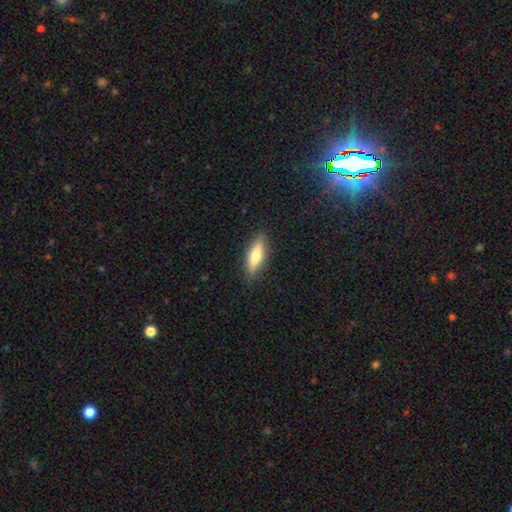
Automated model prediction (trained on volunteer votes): Smooth or featured?
  - smooth: 62% *
  - featured or disk: 32%
  - star or artifact: 6%
How rounded?
  - cigar-shaped: 52% *
  - in between: 46%
  - round: 2%
Merging?
  - none: 87% *
  - minor disturbance: 10%
  - major disturbance: 2%
  - merger: 1%